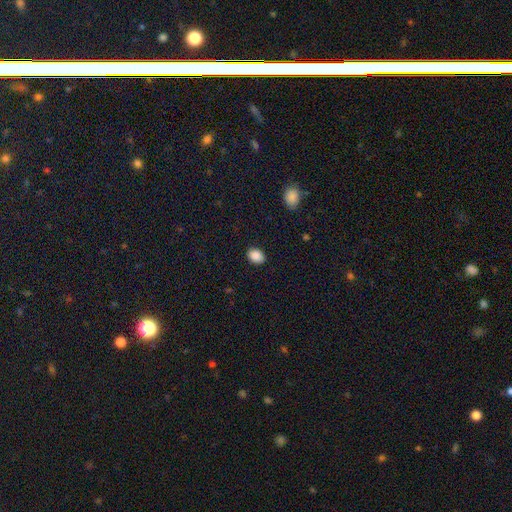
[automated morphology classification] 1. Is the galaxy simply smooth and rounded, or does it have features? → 89% smooth, 8% star or artifact, 3% featured or disk.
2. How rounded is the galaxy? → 71% in between, 28% round, 1% cigar-shaped.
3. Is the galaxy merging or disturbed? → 88% none, 8% minor disturbance, 2% major disturbance, 1% merger.